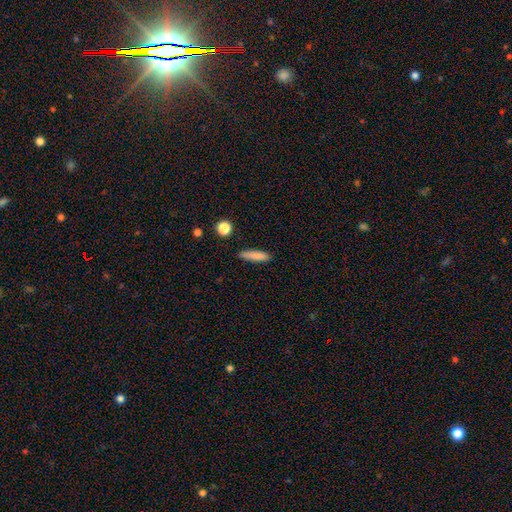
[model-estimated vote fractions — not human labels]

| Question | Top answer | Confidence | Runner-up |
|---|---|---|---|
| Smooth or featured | smooth | 84% | featured or disk (9%) |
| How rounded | cigar-shaped | 80% | in between (17%) |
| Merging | none | 85% | minor disturbance (11%) |